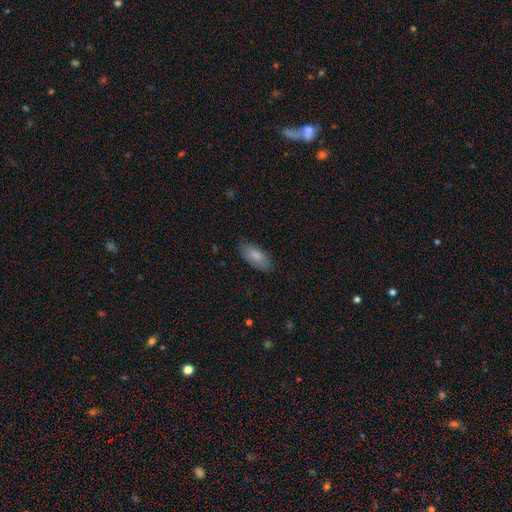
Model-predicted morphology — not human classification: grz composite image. It shows a smooth galaxy with no disk features (85%) that is in between round and cigar-shaped (88%). Merging: none (81%).